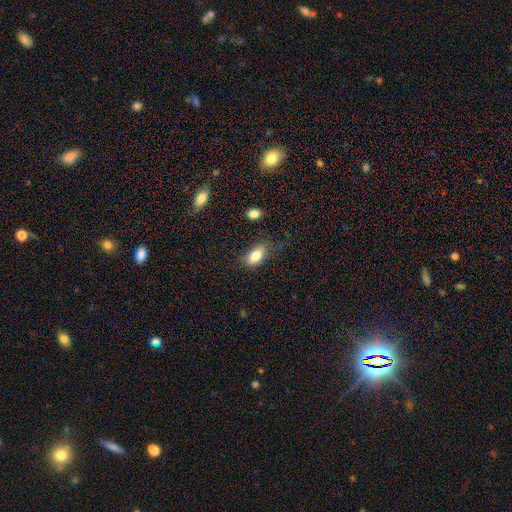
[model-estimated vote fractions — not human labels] Morphology: type=smooth (82%); roundness=in between (90%); merging=none (57%).